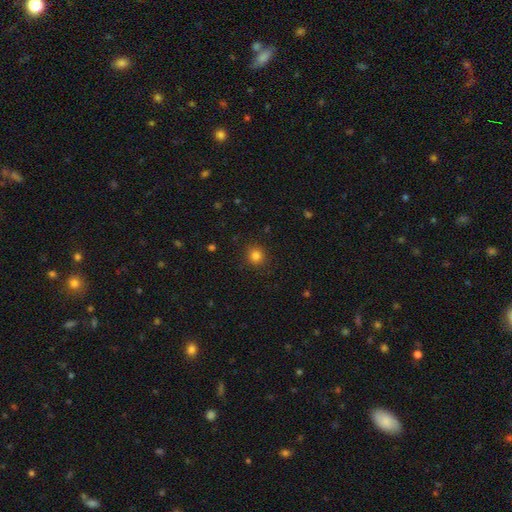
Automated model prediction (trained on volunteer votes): This is clearly a smooth galaxy (83%). How rounded: clearly round (90%). Merging: clearly none (89%).